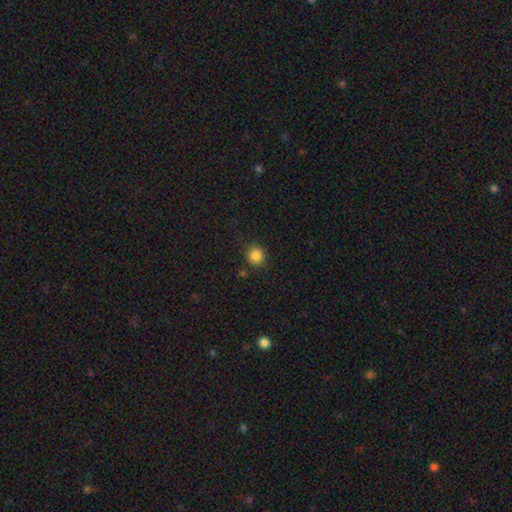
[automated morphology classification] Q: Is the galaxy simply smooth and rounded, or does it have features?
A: smooth — 85%.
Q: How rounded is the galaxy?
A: round — 89%.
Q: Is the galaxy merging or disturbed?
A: none — 85%.